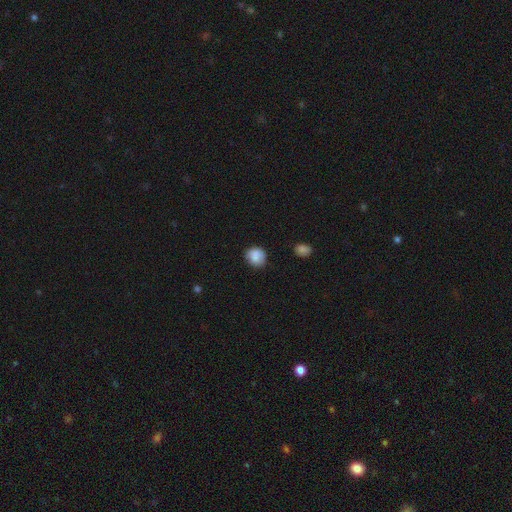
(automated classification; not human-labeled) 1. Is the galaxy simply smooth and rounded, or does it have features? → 87% smooth, 8% star or artifact, 5% featured or disk.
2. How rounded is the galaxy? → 80% round, 19% in between, 1% cigar-shaped.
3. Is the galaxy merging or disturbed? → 78% none, 17% minor disturbance, 3% major disturbance, 2% merger.